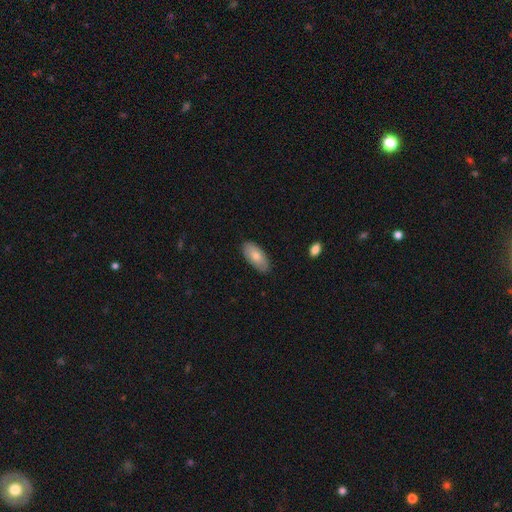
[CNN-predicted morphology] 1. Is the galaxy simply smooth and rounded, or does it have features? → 79% smooth, 15% featured or disk, 6% star or artifact.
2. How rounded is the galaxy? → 92% in between, 6% cigar-shaped, 2% round.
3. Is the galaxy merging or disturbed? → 86% none, 11% minor disturbance, 2% major disturbance, 1% merger.